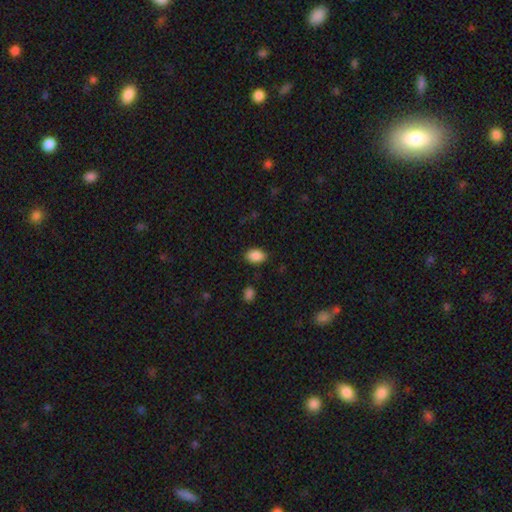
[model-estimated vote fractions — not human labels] Overall: smooth (89%). How rounded: in between (84%). Merging: none (86%).